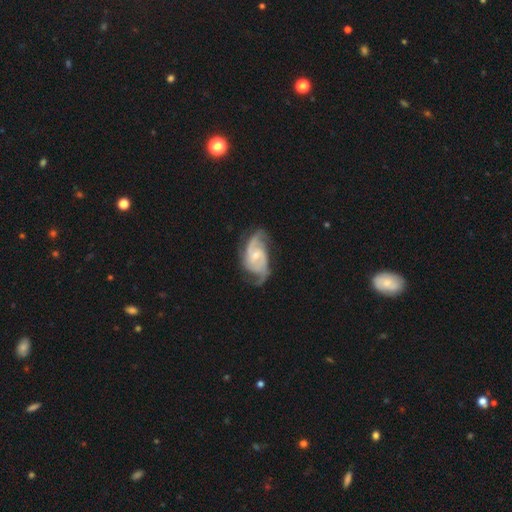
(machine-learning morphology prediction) smooth-or-featured: featured or disk: 89% | smooth: 7% | star or artifact: 4%
  disk-edge-on: no: 97% | yes: 3%
    bar: no: 47% | weak: 44% | strong: 9%
    has-spiral-arms: yes: 97% | no: 3%
      spiral-winding: medium: 49% | tight: 32% | loose: 19%
      spiral-arm-count: 2: 67% | 3: 16% | can't tell: 9% | 1: 3% | 4: 3% | more than 4: 3%
    bulge-size: small: 56% | moderate: 37% | none: 4% | large: 2% | dominant: 1%
  merging: none: 65% | minor disturbance: 22% | major disturbance: 12% | merger: 2%